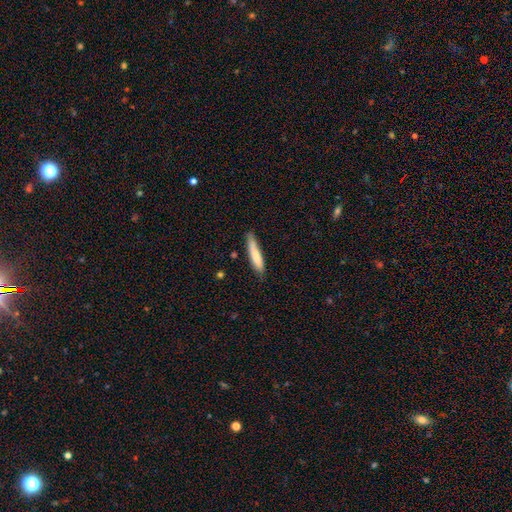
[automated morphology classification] type=smooth (78%); roundness=cigar-shaped (88%); merging=none (75%).